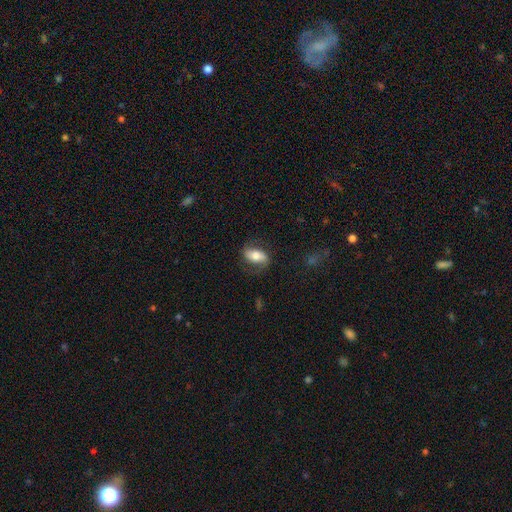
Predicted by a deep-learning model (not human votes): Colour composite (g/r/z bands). It shows a smooth galaxy with no disk features (53%) that is in between round and cigar-shaped (87%). Merging: none (68%).